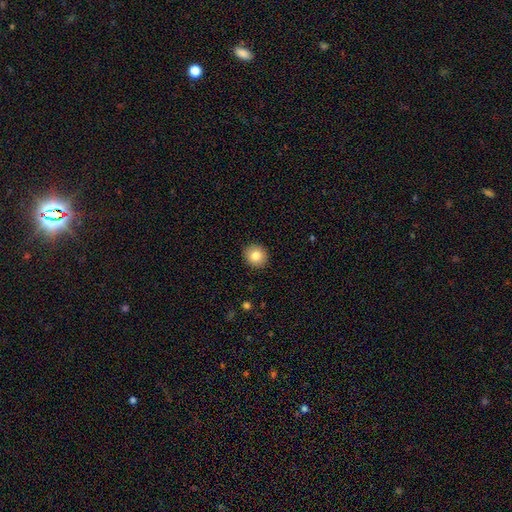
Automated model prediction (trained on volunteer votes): smooth_or_featured: smooth (p=0.83) [alt: star or artifact p=0.09]
how_rounded: round (p=0.85) [alt: in between p=0.14]
merging: none (p=0.92) [alt: minor disturbance p=0.06]